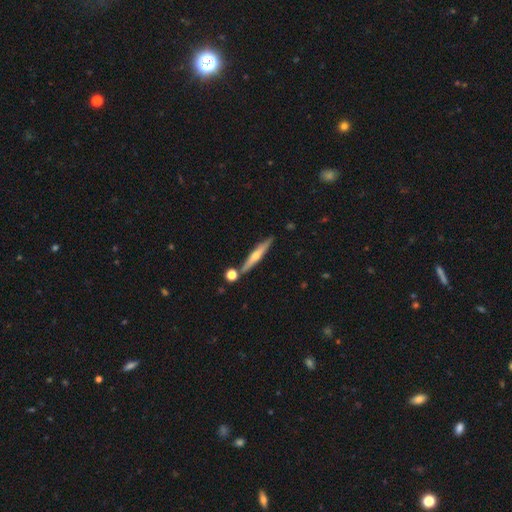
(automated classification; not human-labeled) featured or disk 57%, smooth 37%, star or artifact 6%. Down the decision tree: edge-on disk — yes (94%); edge-on bulge — rounded (81%); merging — none (78%).